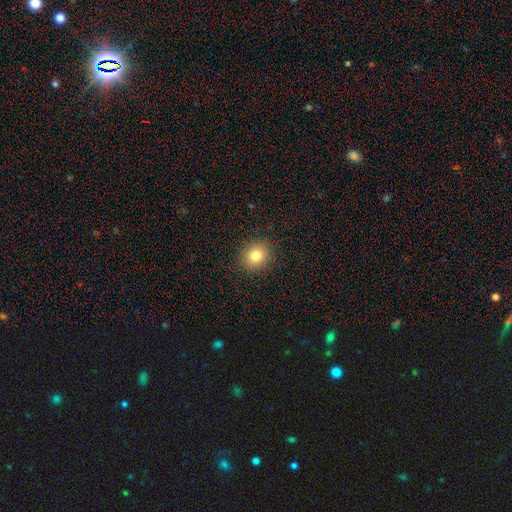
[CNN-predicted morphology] smooth 81%, star or artifact 12%, featured or disk 8%. Down the decision tree: how rounded — round (80%); merging — none (90%).